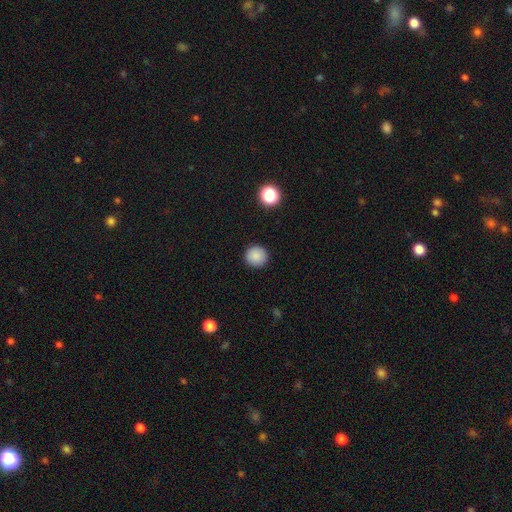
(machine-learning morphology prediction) A smooth galaxy with no disk features (87%) that is round (94%). Merging: none (92%).